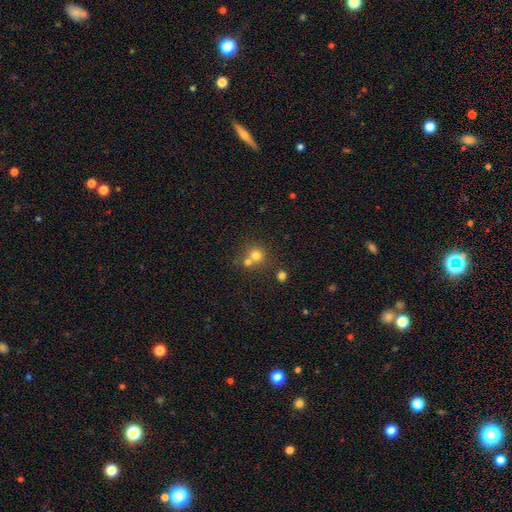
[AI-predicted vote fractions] A smooth galaxy with no disk features (72%) that is round (87%).

Vote fractions:
- Smooth or featured? smooth: 72% / star or artifact: 15% / featured or disk: 12%
- How rounded? round: 87% / in between: 12% / cigar-shaped: 1%
- Merging? none: 48% / merger: 42% / minor disturbance: 7% / major disturbance: 3%